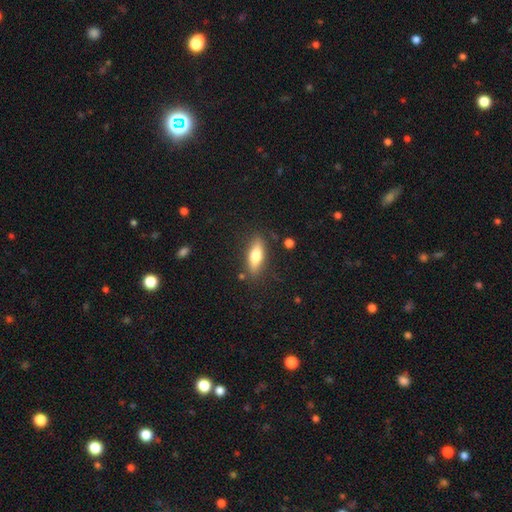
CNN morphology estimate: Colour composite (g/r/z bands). It shows a smooth galaxy with no disk features (65%) that is in between round and cigar-shaped (60%). Merging: none (83%).